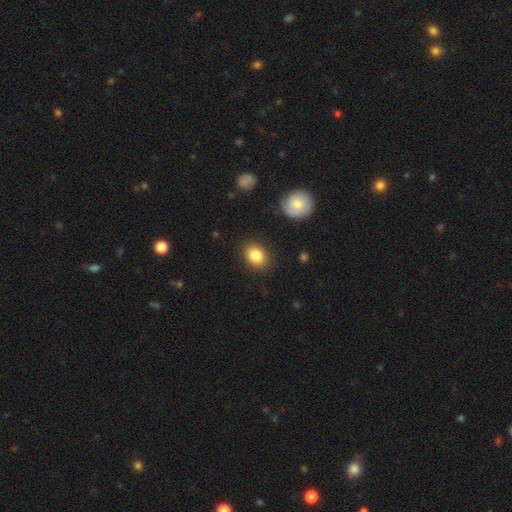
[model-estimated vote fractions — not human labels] The model was most divided on "how rounded": in between: 59%, round: 40%, cigar-shaped: 1%. More confident: merging — none (86%); smooth or featured — smooth (85%).